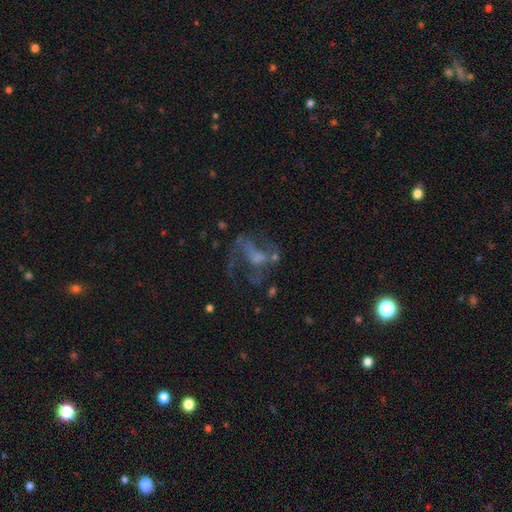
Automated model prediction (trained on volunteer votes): This appears to be a featured or disk galaxy (65%) with no bar (59%), no spiral arms (50%, tied with yes) and no central bulge (43%). Merging: none (40%).